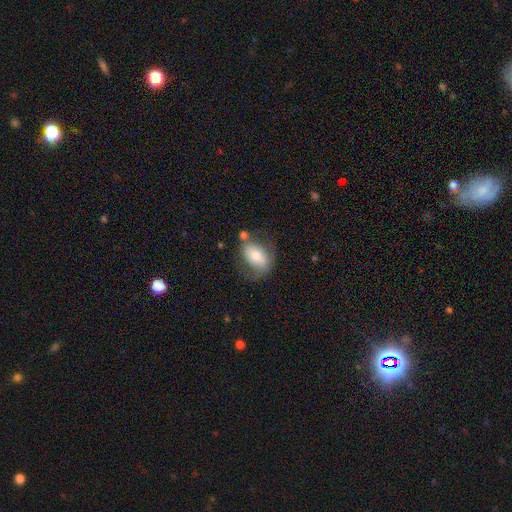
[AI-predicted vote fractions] A smooth galaxy with no disk features (54%) that is in between round and cigar-shaped (82%).

Vote fractions:
- Smooth or featured? smooth: 54% / featured or disk: 39% / star or artifact: 7%
- How rounded? in between: 82% / round: 16% / cigar-shaped: 2%
- Merging? none: 53% / minor disturbance: 24% / major disturbance: 15% / merger: 8%